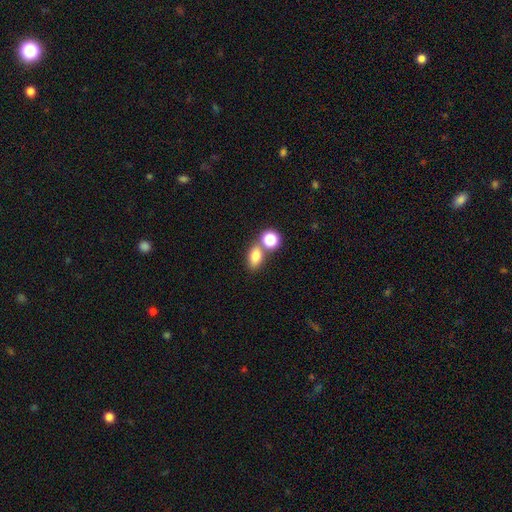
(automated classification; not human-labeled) This appears to be a smooth galaxy with no disk features (79%) that is in between round and cigar-shaped (72%). Merging: none (54%).